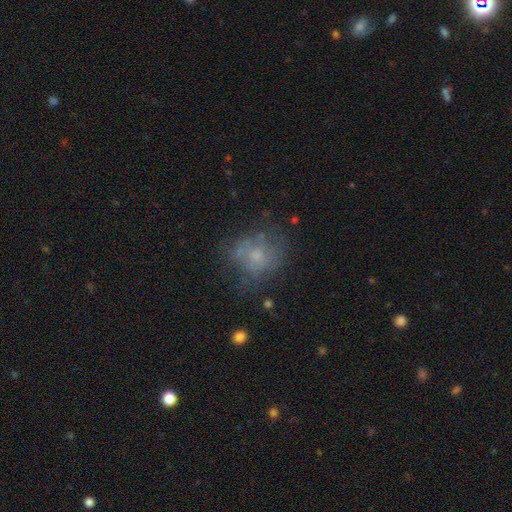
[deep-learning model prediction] smooth 49%, featured or disk 36%, star or artifact 14%. Down the decision tree: merging — none (51%).